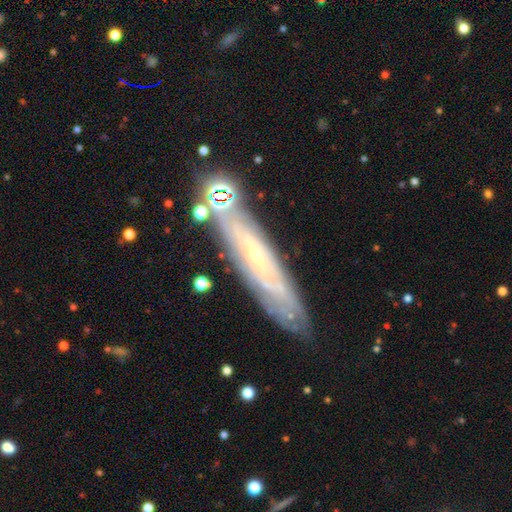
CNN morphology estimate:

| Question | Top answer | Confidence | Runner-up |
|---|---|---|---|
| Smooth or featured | featured or disk | 77% | smooth (14%) |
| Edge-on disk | no | 58% | yes (42%) |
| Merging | none | 79% | minor disturbance (14%) |